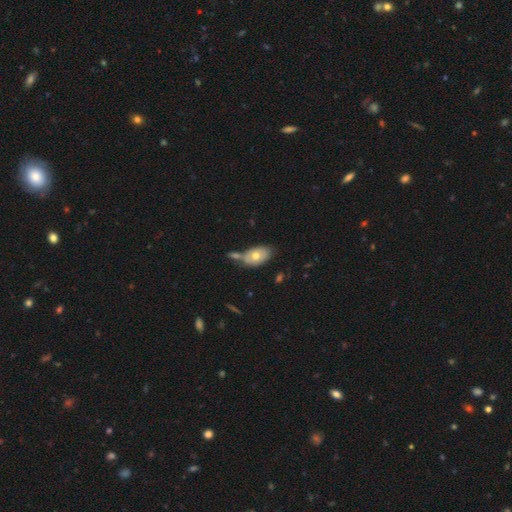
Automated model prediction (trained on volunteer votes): A smooth galaxy with no disk features (66%) that is in between round and cigar-shaped (90%).

Vote fractions:
- Smooth or featured? smooth: 66% / featured or disk: 27% / star or artifact: 7%
- How rounded? in between: 90% / round: 8% / cigar-shaped: 2%
- Merging? none: 49% / merger: 30% / minor disturbance: 16% / major disturbance: 5%